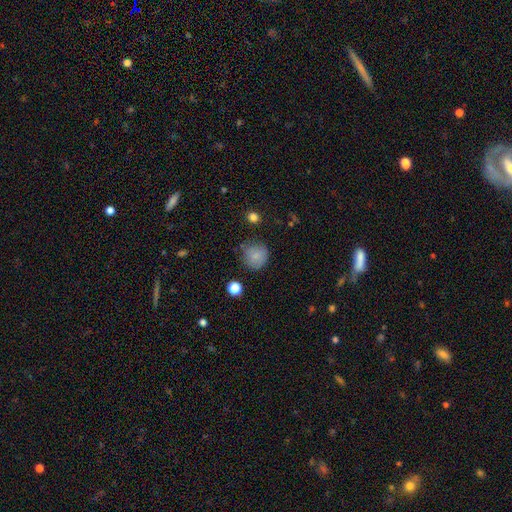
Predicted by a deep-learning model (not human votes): Q: Smooth or featured?
A: smooth (82%); runner-up: star or artifact (11%)
Q: How rounded?
A: round (89%); runner-up: in between (10%)
Q: Merging?
A: none (71%); runner-up: minor disturbance (21%)